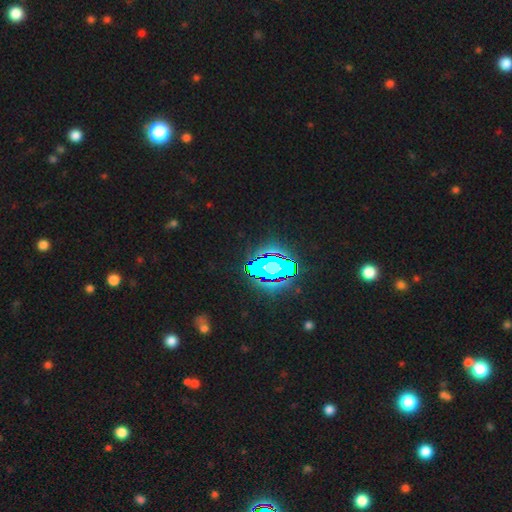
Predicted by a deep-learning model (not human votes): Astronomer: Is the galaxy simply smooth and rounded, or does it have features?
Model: star or artifact — 83%.